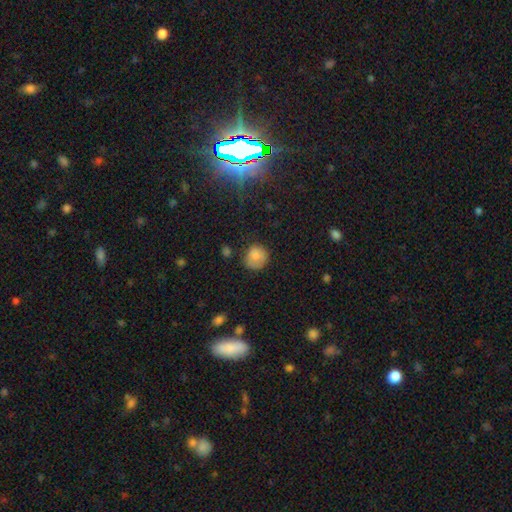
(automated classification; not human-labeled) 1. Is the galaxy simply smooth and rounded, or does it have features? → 82% smooth, 9% featured or disk, 9% star or artifact.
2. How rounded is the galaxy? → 84% round, 15% in between, 1% cigar-shaped.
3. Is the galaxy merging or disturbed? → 70% none, 21% minor disturbance, 6% major disturbance, 2% merger.